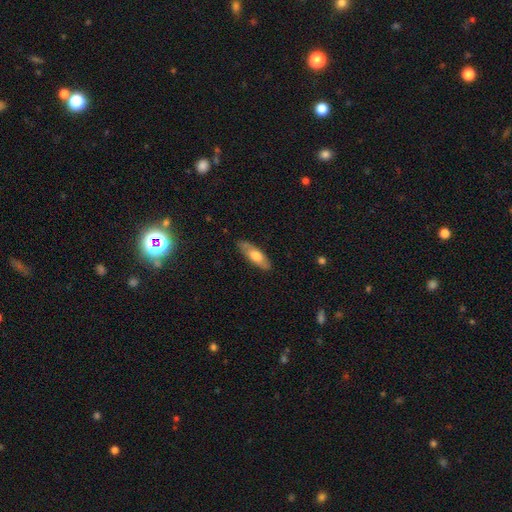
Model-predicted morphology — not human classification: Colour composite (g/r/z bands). It shows a smooth galaxy with no disk features (64%) that is in between round and cigar-shaped (53%). Merging: none (82%).